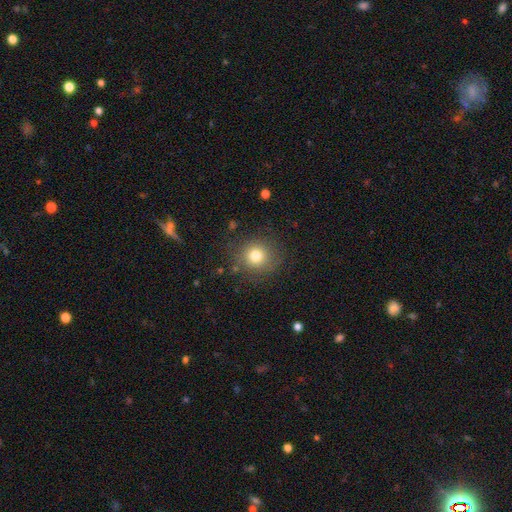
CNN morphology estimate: type=smooth (77%); roundness=round (90%); merging=none (84%).